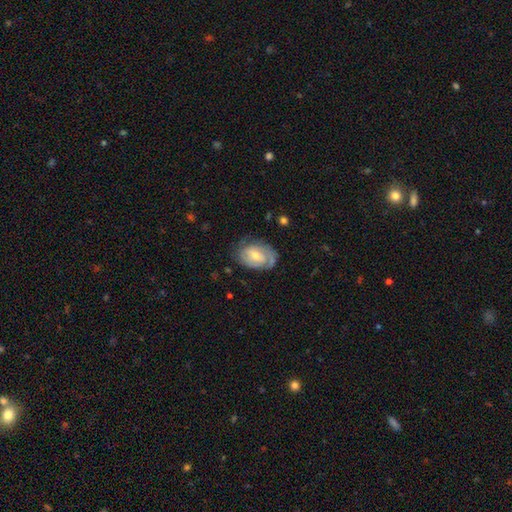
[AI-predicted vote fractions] A featured or disk galaxy (63%) with no bar (45%, tied with weak), spiral arms (82%) and a moderate central bulge (48%). Merging: none (63%).